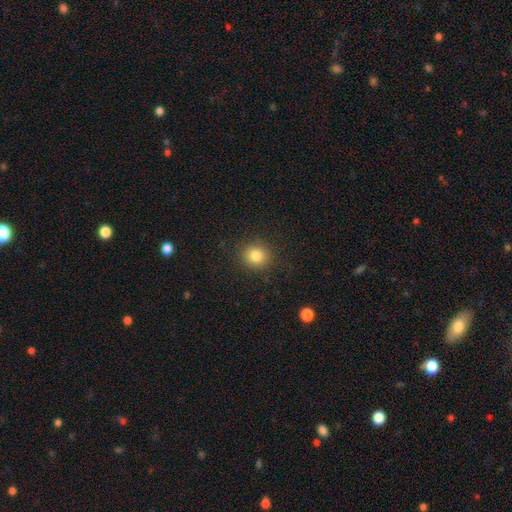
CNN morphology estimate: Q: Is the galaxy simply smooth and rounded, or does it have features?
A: smooth — 83%.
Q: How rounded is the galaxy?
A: round — 83%.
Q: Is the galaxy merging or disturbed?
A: none — 89%.